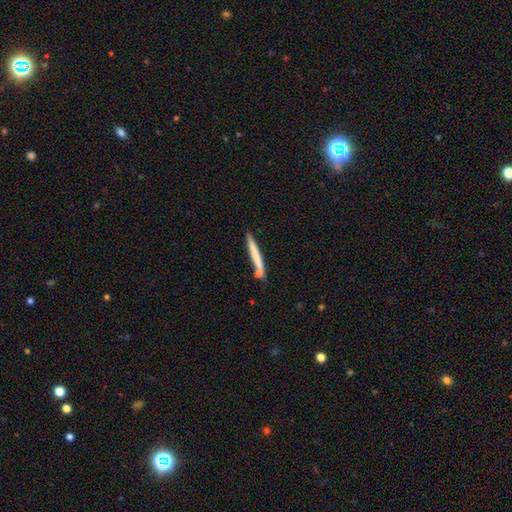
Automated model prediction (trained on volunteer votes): A smooth galaxy with no disk features (65%) that is cigar-shaped (96%). Merging: none (75%).